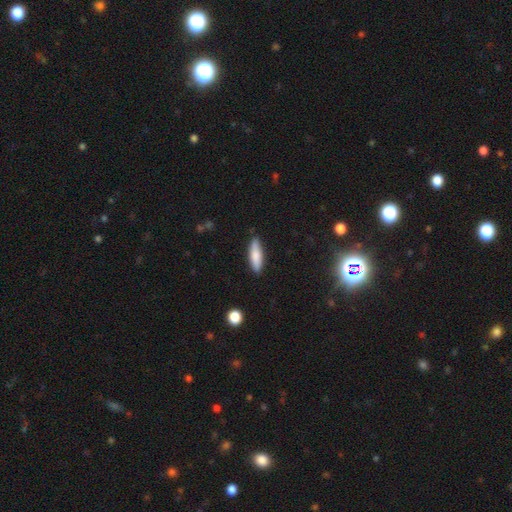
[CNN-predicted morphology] Q: Smooth or featured?
A: smooth (77%); runner-up: featured or disk (17%)
Q: How rounded?
A: cigar-shaped (60%); runner-up: in between (38%)
Q: Merging?
A: none (85%); runner-up: minor disturbance (12%)